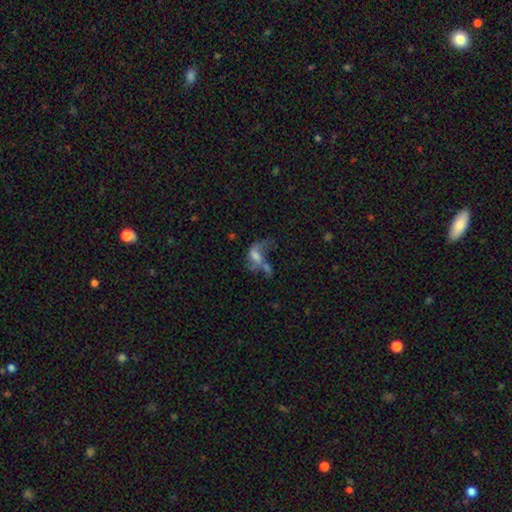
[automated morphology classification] A featured or disk galaxy (46%). Merging: merger (36%).